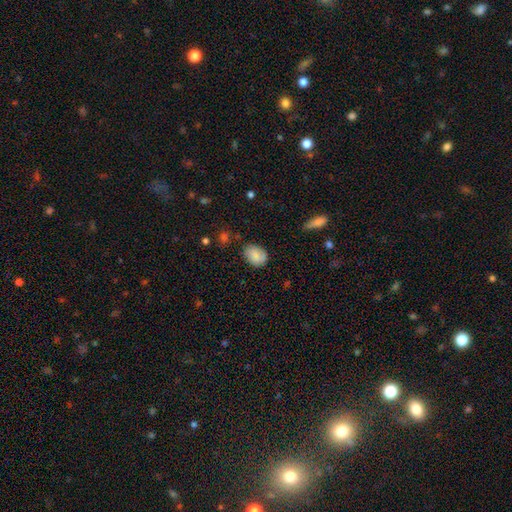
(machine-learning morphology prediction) smooth-or-featured: smooth: 82% | featured or disk: 10% | star or artifact: 8%
  how-rounded: in between: 67% | round: 32% | cigar-shaped: 1%
  merging: none: 73% | minor disturbance: 20% | major disturbance: 4% | merger: 3%